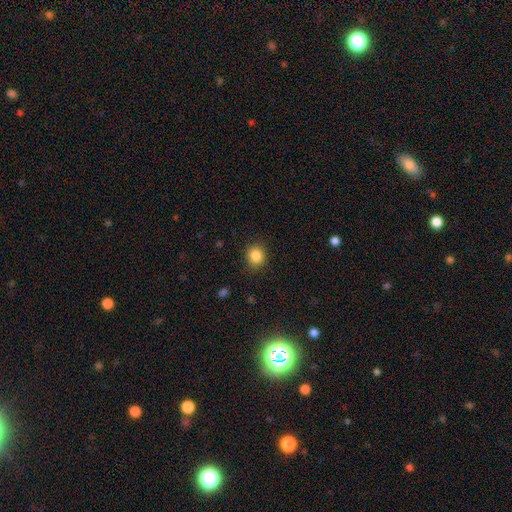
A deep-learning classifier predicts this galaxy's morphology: Overall: smooth (85%). How rounded: round (80%). Merging: none (87%).